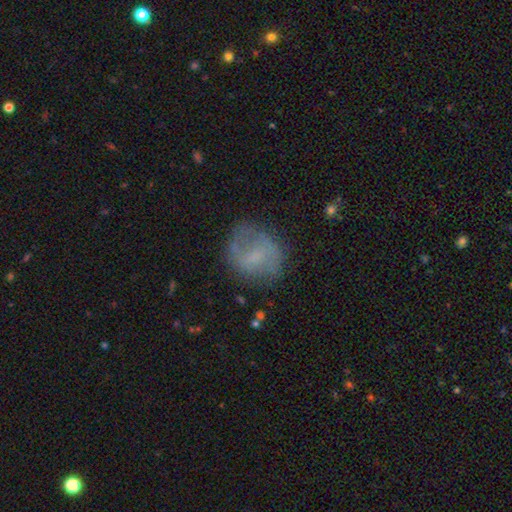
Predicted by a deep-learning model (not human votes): Smooth or featured? smooth (45%)
Merging? none (69%)